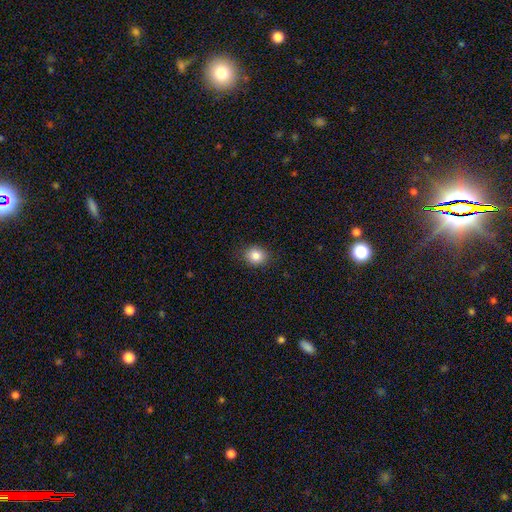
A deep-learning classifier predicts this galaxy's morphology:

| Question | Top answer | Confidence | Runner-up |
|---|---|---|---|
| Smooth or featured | smooth | 85% | star or artifact (10%) |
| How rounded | round | 64% | in between (35%) |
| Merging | none | 87% | minor disturbance (9%) |